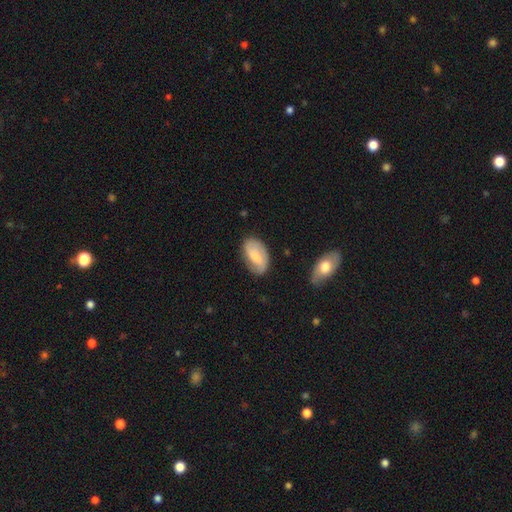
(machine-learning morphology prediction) smooth 54%, featured or disk 39%, star or artifact 6%. Down the decision tree: how rounded — in between (92%); merging — none (75%).